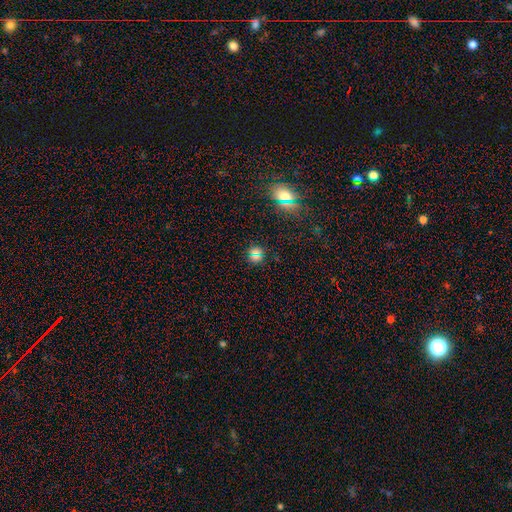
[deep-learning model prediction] Smooth or featured? Predicted: smooth (p=0.53). How rounded? Predicted: round (p=0.85). Merging? Predicted: none (p=0.85).